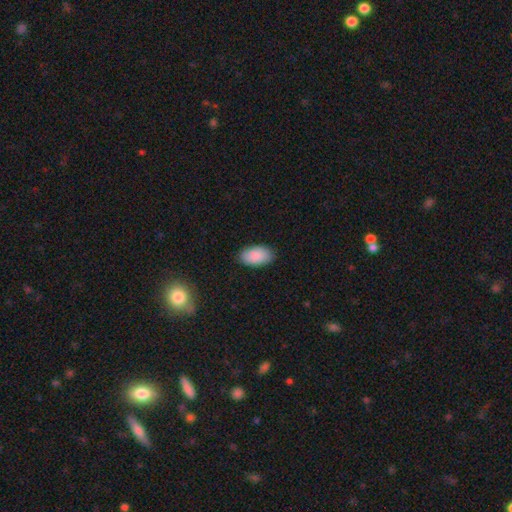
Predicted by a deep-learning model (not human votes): Overall: smooth (89%). How rounded: in between (95%). Merging: none (86%).